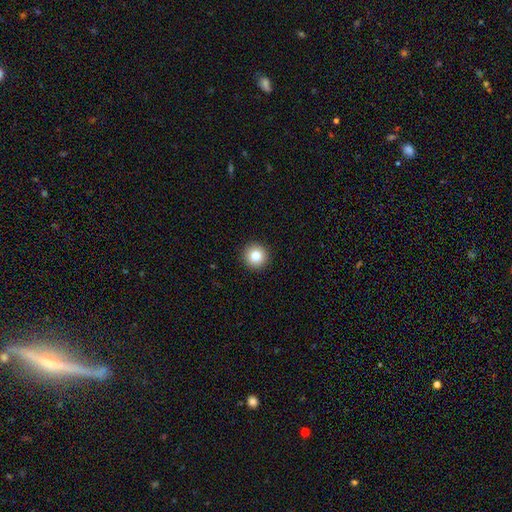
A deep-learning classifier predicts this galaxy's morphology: A smooth galaxy with no disk features (82%) that is round (96%). Merging: none (93%).